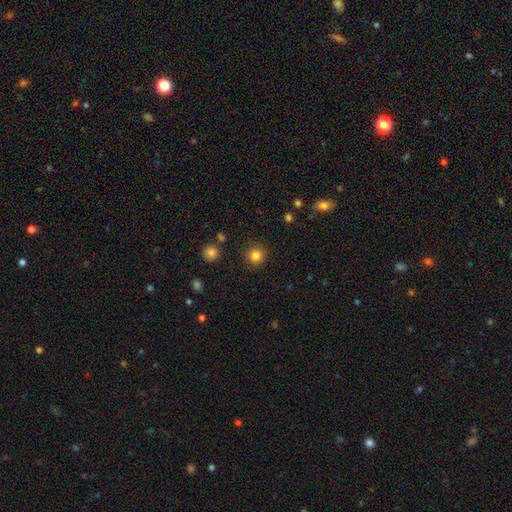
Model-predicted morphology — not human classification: Smooth or featured: smooth — 83% (star or artifact — 12%)
How rounded: round — 93% (in between — 6%)
Merging: none — 89% (minor disturbance — 7%)